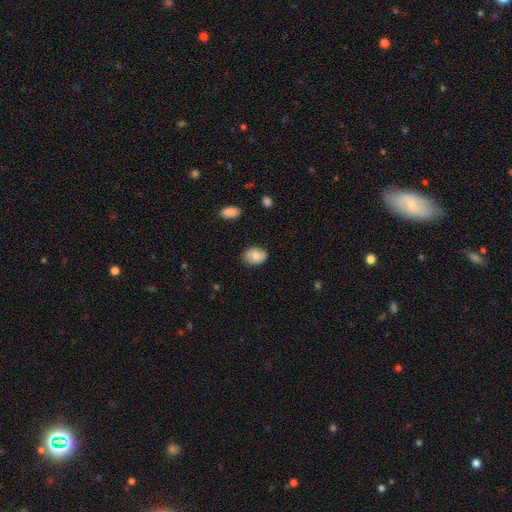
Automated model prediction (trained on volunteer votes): Smooth or featured? smooth (72%)
How rounded? in between (68%)
Merging? none (82%)